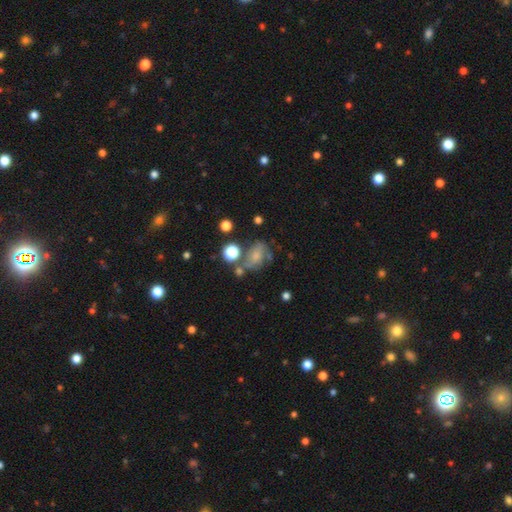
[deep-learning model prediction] The model was most divided on "smooth or featured": smooth: 47%, featured or disk: 37%, star or artifact: 16%. Remaining: merging — none (42%).